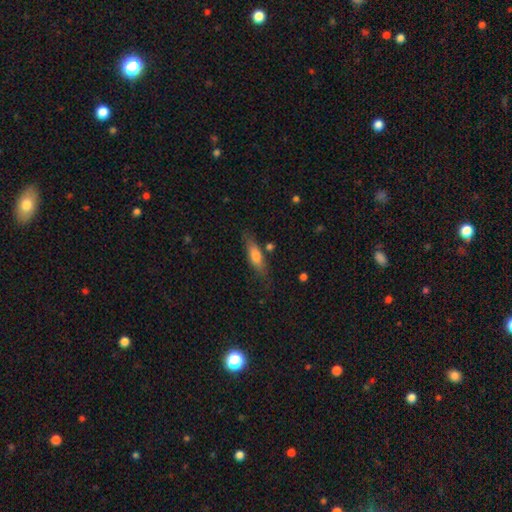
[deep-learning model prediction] The model was most divided on "how rounded": in between: 49%, cigar-shaped: 48%, round: 3%. More confident: merging — none (72%); smooth or featured — smooth (70%).